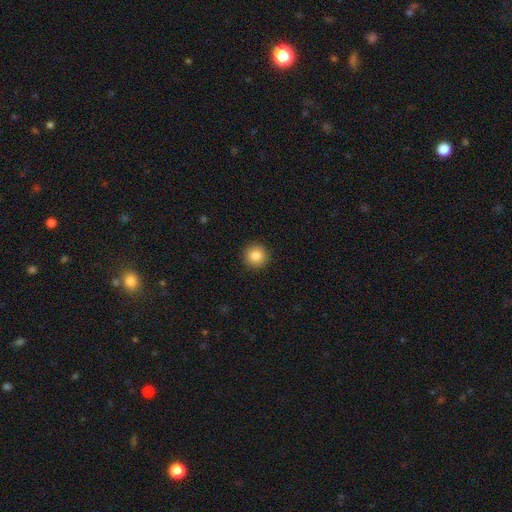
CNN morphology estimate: A smooth galaxy with no disk features (85%) that is round (95%).

Vote fractions:
- Smooth or featured? smooth: 85% / star or artifact: 10% / featured or disk: 5%
- How rounded? round: 95% / in between: 4% / cigar-shaped: 1%
- Merging? none: 93% / minor disturbance: 5% / major disturbance: 2% / merger: 1%